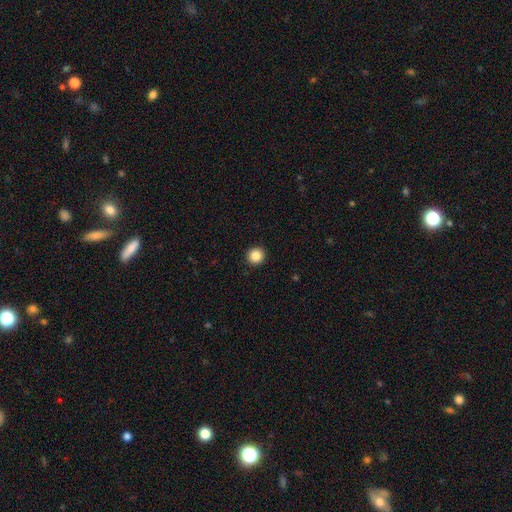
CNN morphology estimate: Smooth or featured? smooth (87%)
How rounded? round (95%)
Merging? none (93%)